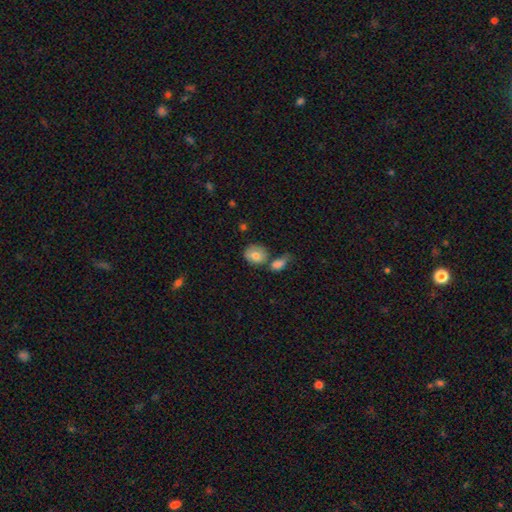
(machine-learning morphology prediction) Smooth or featured? Predicted: smooth (p=0.79). How rounded? Predicted: round (p=0.65). Merging? Predicted: none (p=0.52).